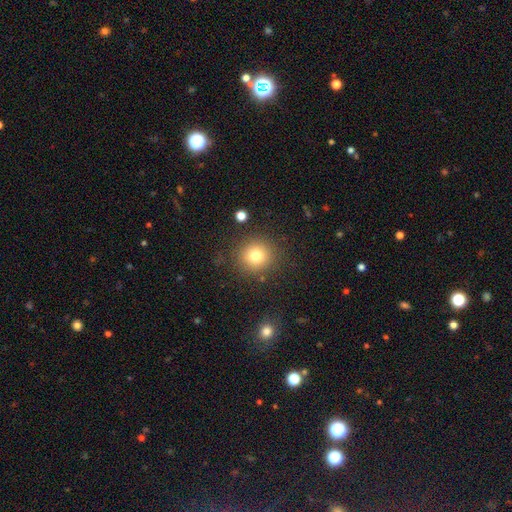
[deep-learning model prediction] smooth_or_featured: smooth (p=0.78) [alt: star or artifact p=0.13]
how_rounded: round (p=0.91) [alt: in between p=0.08]
merging: none (p=0.86) [alt: minor disturbance p=0.08]